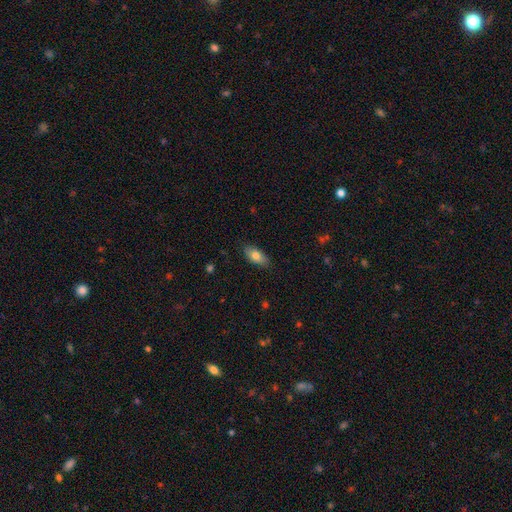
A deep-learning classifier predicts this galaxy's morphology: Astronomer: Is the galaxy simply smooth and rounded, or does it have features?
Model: smooth — 78%.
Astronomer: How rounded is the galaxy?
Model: in between — 88%.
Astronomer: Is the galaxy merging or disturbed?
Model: none — 86%.